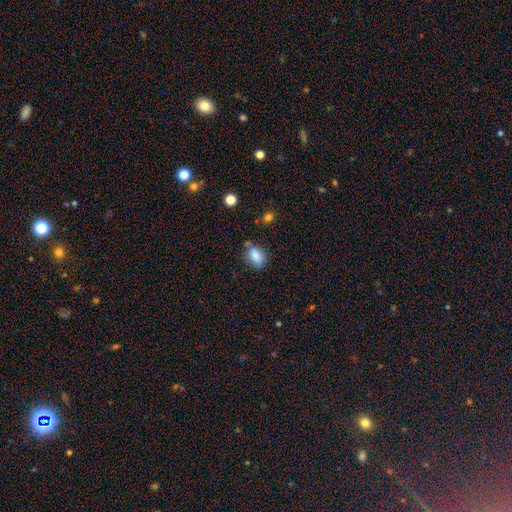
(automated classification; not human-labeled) This is clearly a smooth galaxy (82%). How rounded: clearly in between (81%). Merging: likely none (67%).